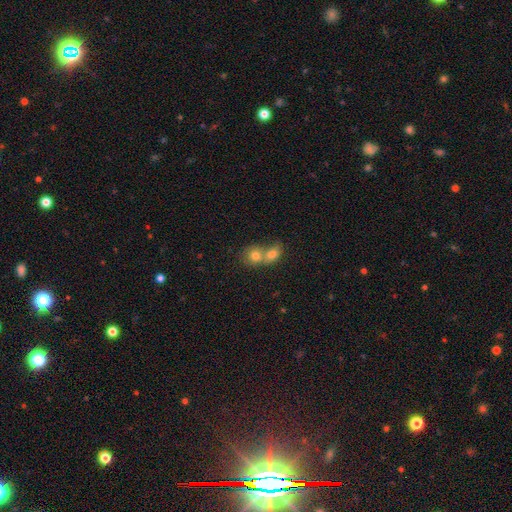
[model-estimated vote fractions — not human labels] Overall: smooth (68%). How rounded: round (72%). Merging: merger (67%).